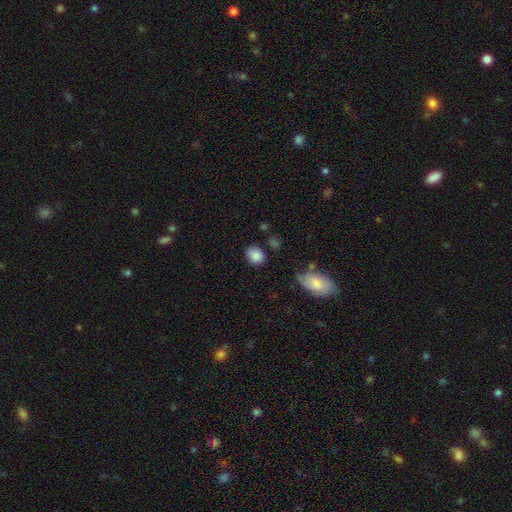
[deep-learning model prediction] This appears to be a smooth galaxy with no disk features (86%) that is round (49%, tied with in between). Merging: none (77%).